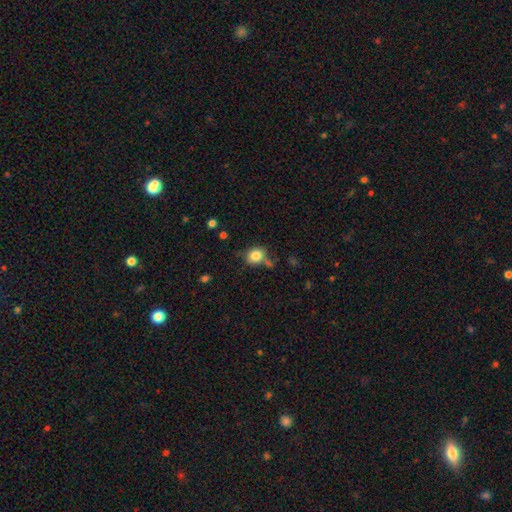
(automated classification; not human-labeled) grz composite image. It shows a smooth galaxy with no disk features (82%) that is round (70%). Merging: none (63%).